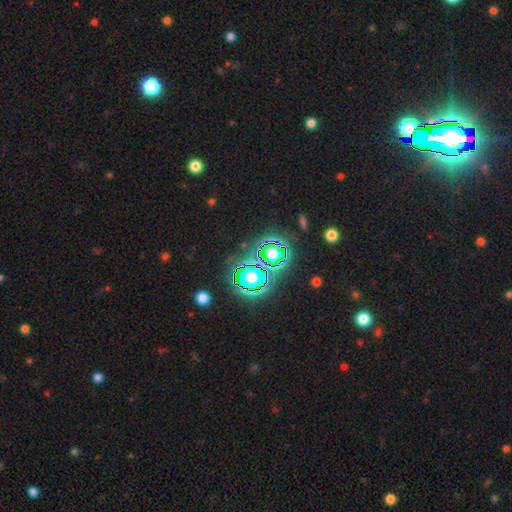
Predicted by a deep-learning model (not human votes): smooth_or_featured: star or artifact (p=0.81) [alt: smooth p=0.11]